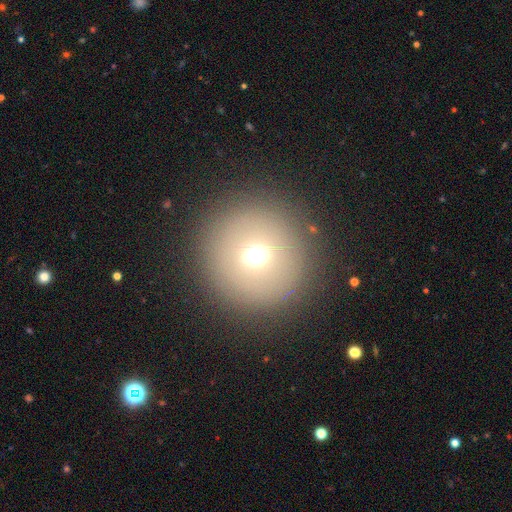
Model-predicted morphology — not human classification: A smooth galaxy with no disk features (61%) that is round (92%).

Vote fractions:
- Smooth or featured? smooth: 61% / featured or disk: 20% / star or artifact: 19%
- How rounded? round: 92% / in between: 7% / cigar-shaped: 1%
- Merging? none: 87% / minor disturbance: 7% / major disturbance: 4% / merger: 2%